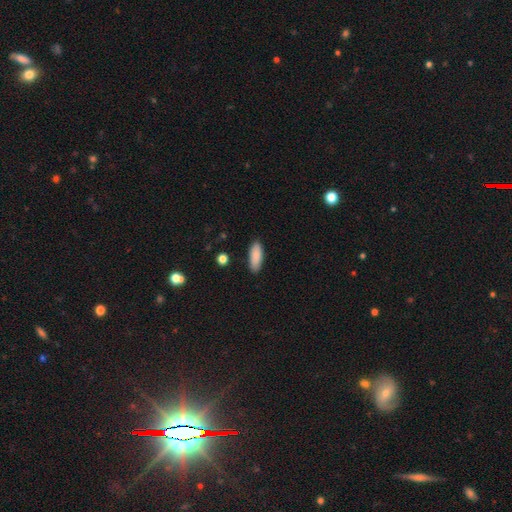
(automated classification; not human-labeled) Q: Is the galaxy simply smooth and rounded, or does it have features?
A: smooth — 88%.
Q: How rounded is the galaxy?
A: in between — 68%.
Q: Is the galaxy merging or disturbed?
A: none — 87%.